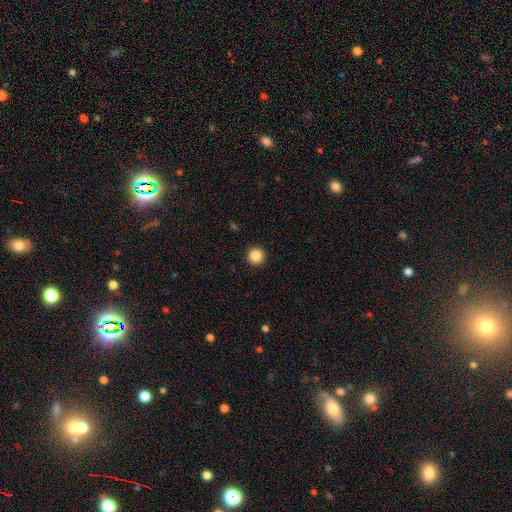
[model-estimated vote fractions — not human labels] smooth_or_featured: smooth (p=0.86) [alt: star or artifact p=0.10]
how_rounded: round (p=0.96) [alt: in between p=0.03]
merging: none (p=0.93) [alt: minor disturbance p=0.04]